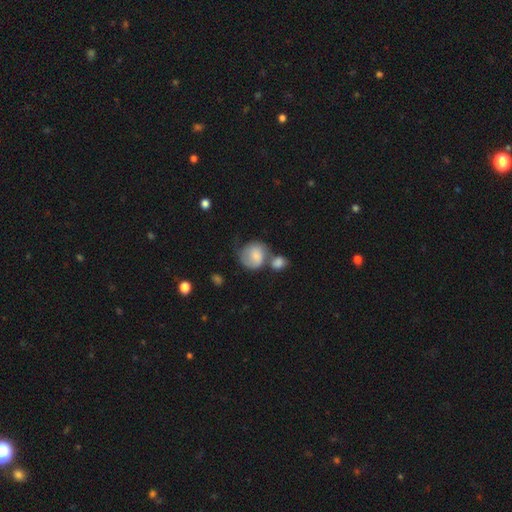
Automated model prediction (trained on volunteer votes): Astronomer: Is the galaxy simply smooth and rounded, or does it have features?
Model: smooth — 68%.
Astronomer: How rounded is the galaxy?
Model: round — 75%.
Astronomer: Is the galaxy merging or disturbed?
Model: merger — 42% (runner-up: none, 31%).